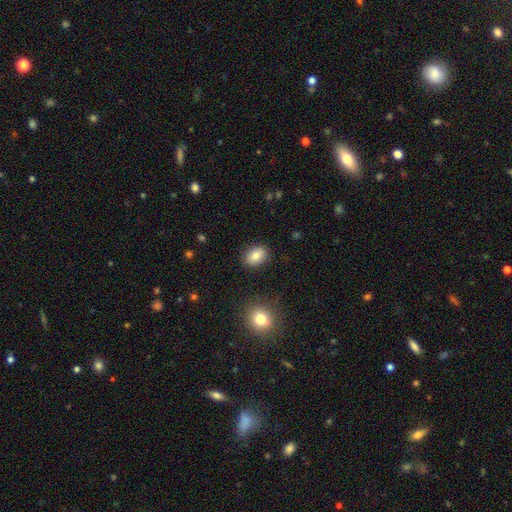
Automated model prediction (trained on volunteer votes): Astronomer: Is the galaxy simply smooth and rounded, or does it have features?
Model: smooth — 81%.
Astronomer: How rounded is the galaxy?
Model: in between — 76%.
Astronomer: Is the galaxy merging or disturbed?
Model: none — 88%.